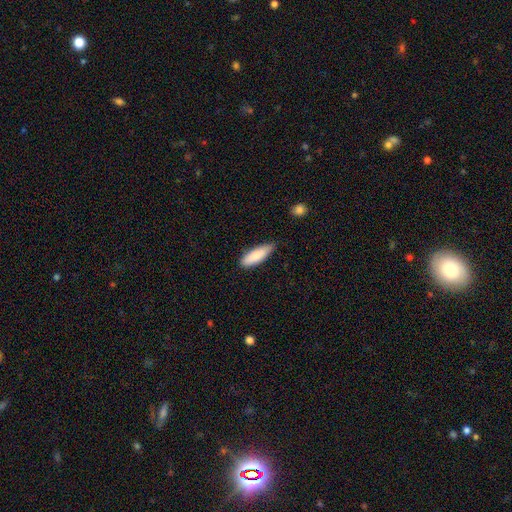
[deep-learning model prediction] A smooth galaxy with no disk features (86%) that is in between round and cigar-shaped (55%). Merging: none (74%).